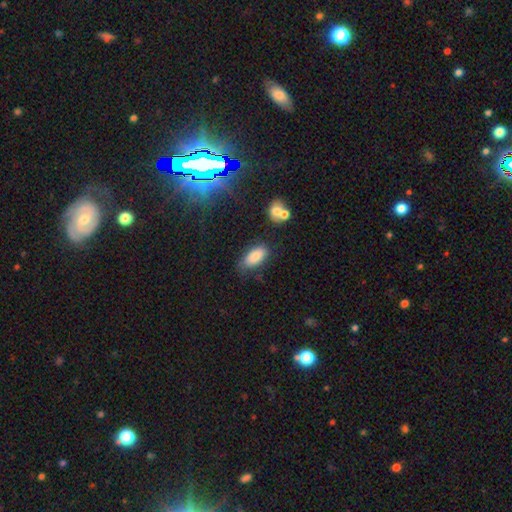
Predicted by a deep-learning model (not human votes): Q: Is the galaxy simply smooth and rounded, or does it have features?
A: smooth — 85%.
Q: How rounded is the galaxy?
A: in between — 89%.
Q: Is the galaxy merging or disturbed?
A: none — 66%.